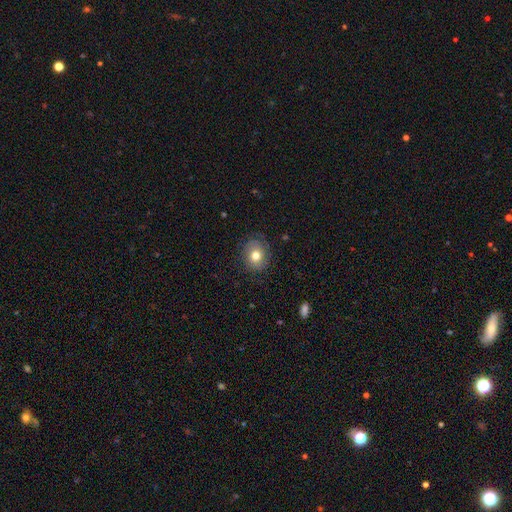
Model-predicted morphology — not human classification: Q: Smooth or featured?
A: smooth (76%); runner-up: featured or disk (14%)
Q: How rounded?
A: round (66%); runner-up: in between (33%)
Q: Merging?
A: none (81%); runner-up: minor disturbance (14%)